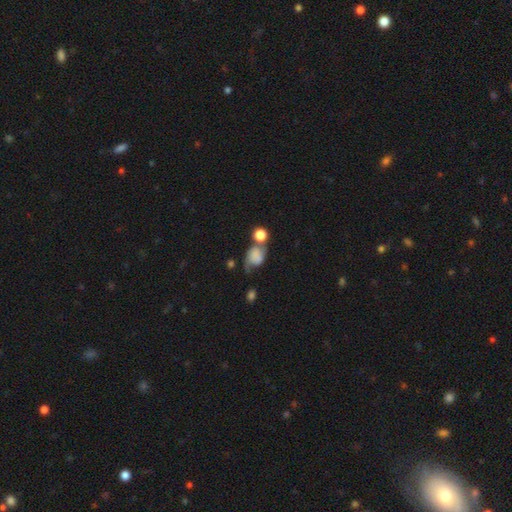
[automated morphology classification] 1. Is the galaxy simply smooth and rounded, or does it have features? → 61% smooth, 28% featured or disk, 11% star or artifact.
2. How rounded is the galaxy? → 53% in between, 45% round, 2% cigar-shaped.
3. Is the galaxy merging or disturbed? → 30% none, 28% merger, 22% minor disturbance, 19% major disturbance.